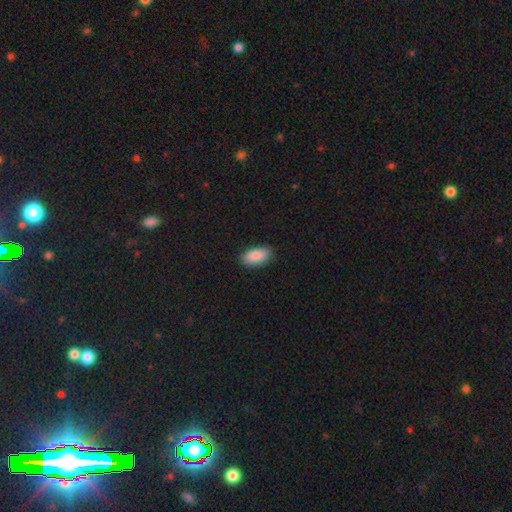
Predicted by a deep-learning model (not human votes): This is clearly a smooth galaxy (88%). How rounded: clearly in between (93%). Merging: clearly none (88%).